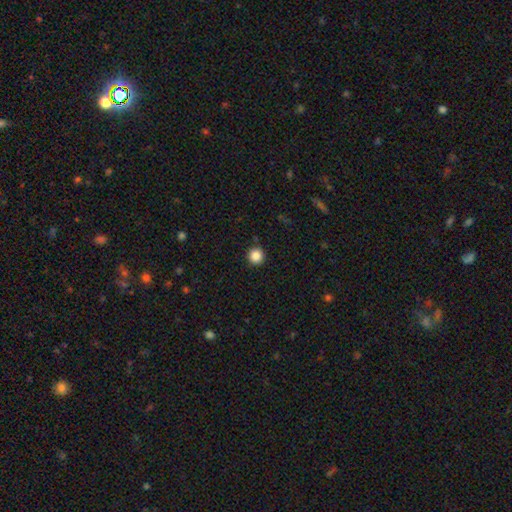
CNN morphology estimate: Overall: smooth (86%). How rounded: round (96%). Merging: none (92%).